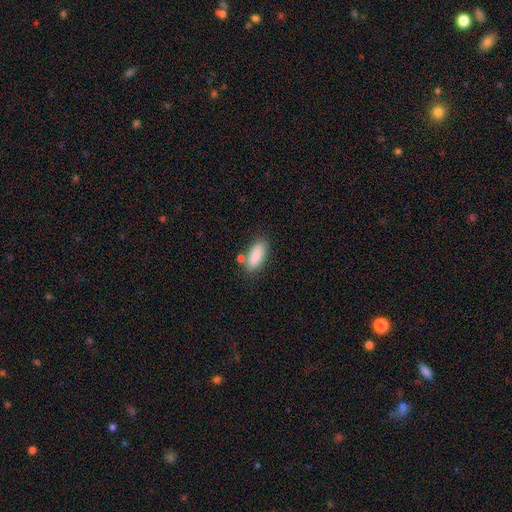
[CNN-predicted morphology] The model was most divided on "merging": none: 72%, minor disturbance: 13%, merger: 11%, major disturbance: 4%. More confident: smooth or featured — smooth (87%); how rounded — in between (83%).